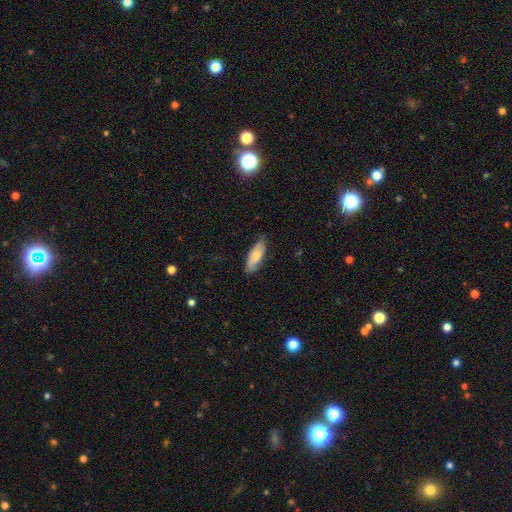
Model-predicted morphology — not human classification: smooth_or_featured: smooth (p=0.74) [alt: featured or disk p=0.20]
how_rounded: in between (p=0.64) [alt: cigar-shaped p=0.34]
merging: none (p=0.79) [alt: minor disturbance p=0.17]